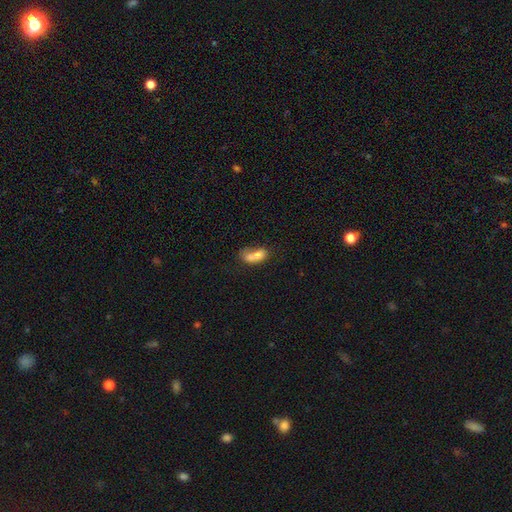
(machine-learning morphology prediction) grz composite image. It shows a smooth galaxy with no disk features (68%) that is in between round and cigar-shaped (78%). Merging: merger (60%).